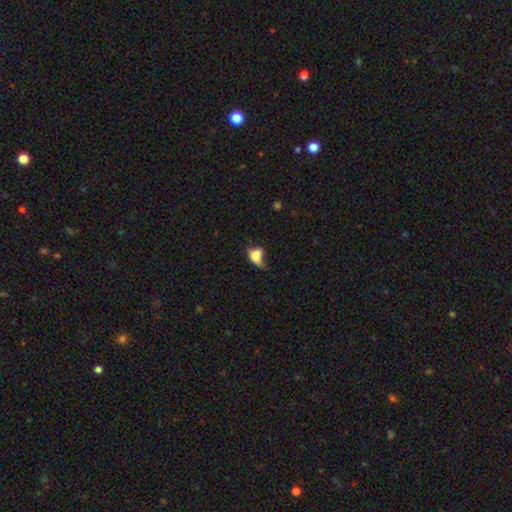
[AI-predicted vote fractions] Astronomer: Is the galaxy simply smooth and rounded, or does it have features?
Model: smooth — 69%.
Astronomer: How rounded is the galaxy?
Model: in between — 78%.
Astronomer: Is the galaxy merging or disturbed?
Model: major disturbance — 36% (runner-up: minor disturbance, 25%).